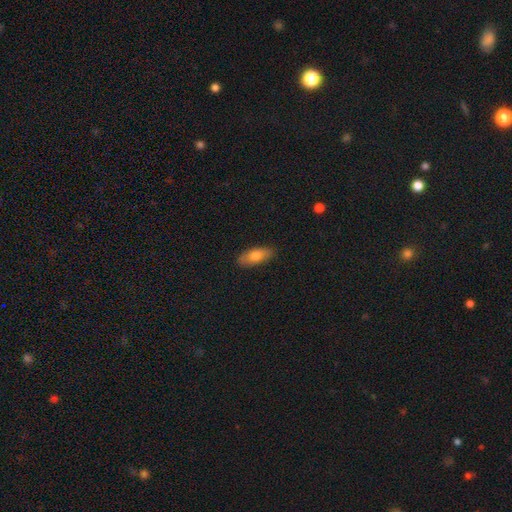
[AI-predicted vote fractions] Smooth or featured?
  - smooth: 75% *
  - featured or disk: 19%
  - star or artifact: 6%
How rounded?
  - in between: 84% *
  - cigar-shaped: 13%
  - round: 3%
Merging?
  - none: 86% *
  - minor disturbance: 11%
  - major disturbance: 2%
  - merger: 1%